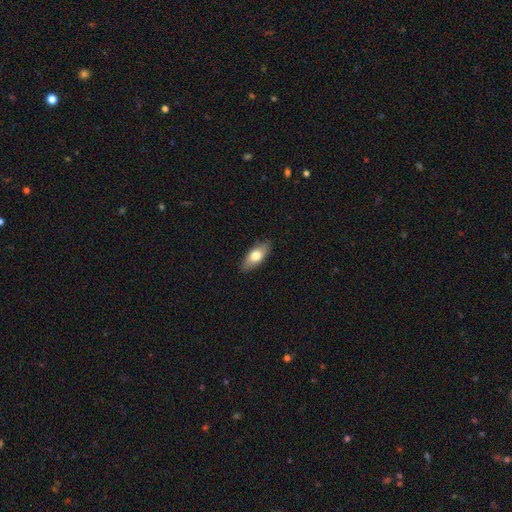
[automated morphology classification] Overall: smooth (70%). How rounded: in between (82%). Merging: none (88%).